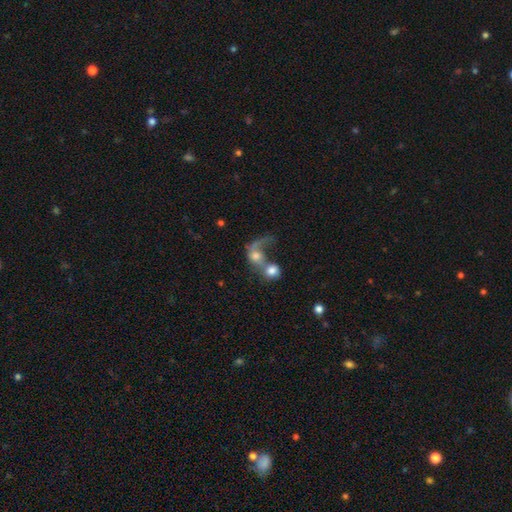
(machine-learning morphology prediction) A smooth galaxy with no disk features (51%) that is round (56%). Merging: merger (69%).